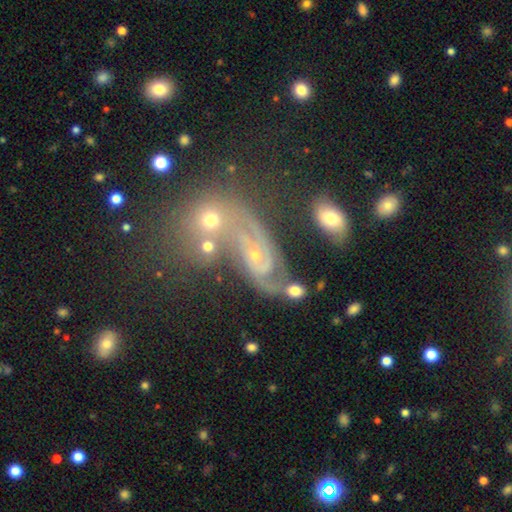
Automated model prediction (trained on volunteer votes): Q: Smooth or featured?
A: featured or disk (74%); runner-up: star or artifact (13%)
Q: Edge-on disk?
A: no (96%); runner-up: yes (4%)
Q: Bar?
A: no (61%); runner-up: weak (30%)
Q: Spiral arms?
A: yes (93%); runner-up: no (7%)
Q: Spiral winding?
A: medium (50%); runner-up: tight (27%)
Q: Spiral arm count?
A: 2 (70%); runner-up: 3 (10%)
Q: Bulge size?
A: small (71%); runner-up: moderate (23%)
Q: Merging?
A: none (48%); runner-up: merger (21%)